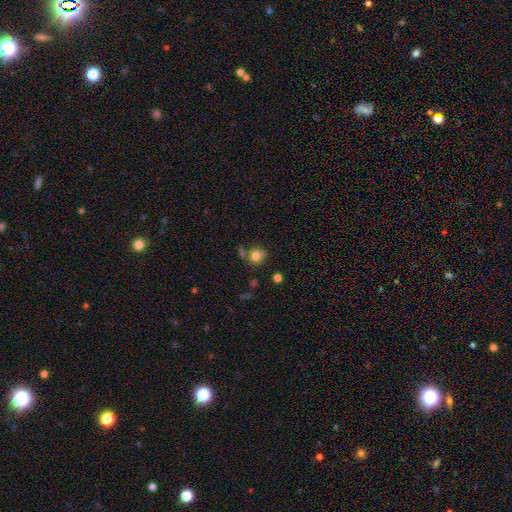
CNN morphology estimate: Overall: smooth (77%). How rounded: round (85%). Merging: none (61%).